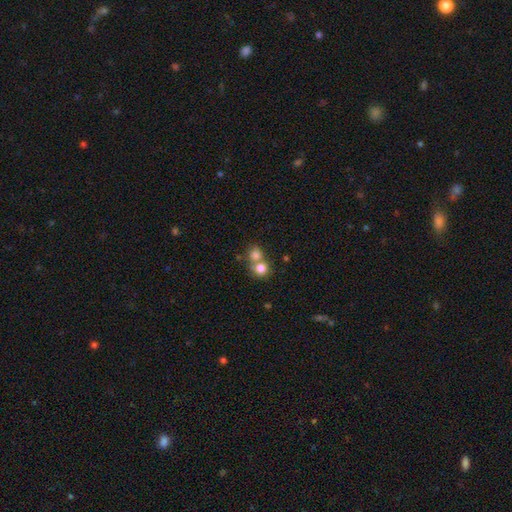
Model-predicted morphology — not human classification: smooth_or_featured: smooth (p=0.78) [alt: star or artifact p=0.12]
how_rounded: round (p=0.82) [alt: in between p=0.17]
merging: merger (p=0.52) [alt: none p=0.39]